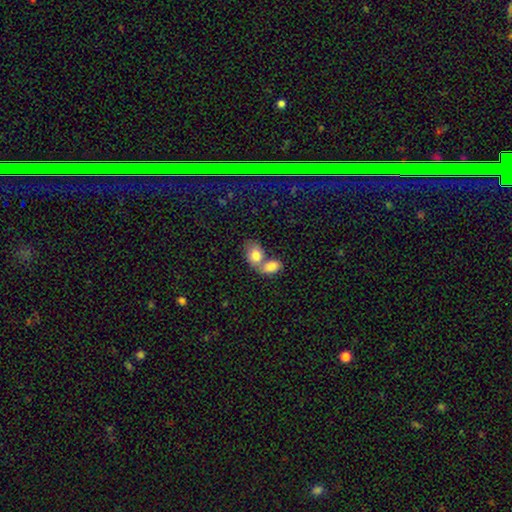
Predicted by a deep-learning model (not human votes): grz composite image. It shows a smooth galaxy with no disk features (80%) that is in between round and cigar-shaped (81%). Merging: merger (66%).